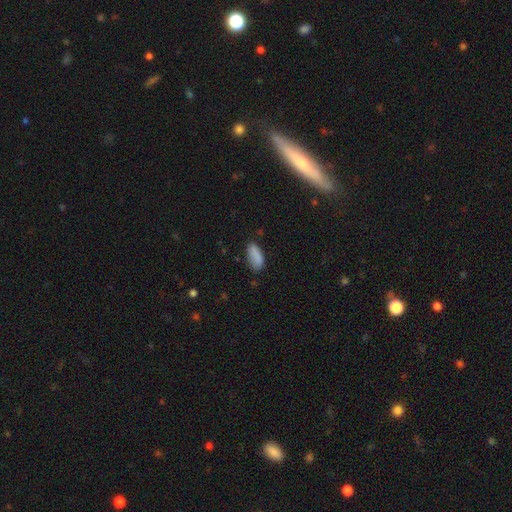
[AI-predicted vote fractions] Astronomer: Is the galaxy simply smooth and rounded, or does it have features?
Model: smooth — 86%.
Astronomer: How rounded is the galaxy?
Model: in between — 85%.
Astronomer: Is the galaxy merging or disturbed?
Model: none — 71%.